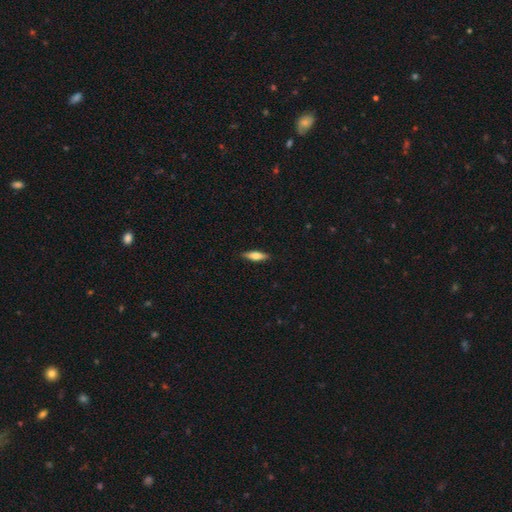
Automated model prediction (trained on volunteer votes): Morphology: type=smooth (60%); roundness=cigar-shaped (58%); merging=none (89%).